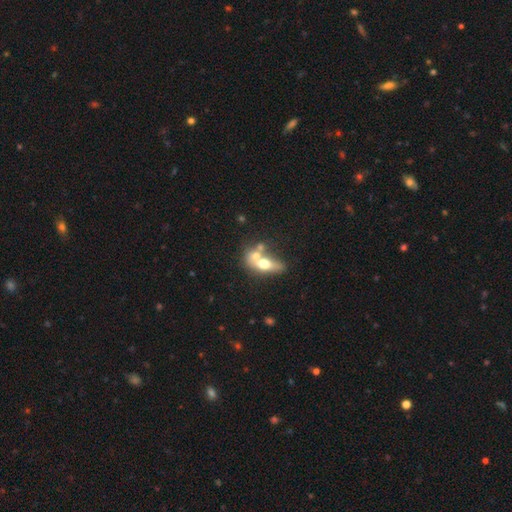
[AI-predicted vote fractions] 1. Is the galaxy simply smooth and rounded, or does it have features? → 57% smooth, 33% featured or disk, 9% star or artifact.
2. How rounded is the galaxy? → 62% in between, 24% round, 14% cigar-shaped.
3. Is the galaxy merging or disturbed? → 60% merger, 23% none, 9% minor disturbance, 8% major disturbance.